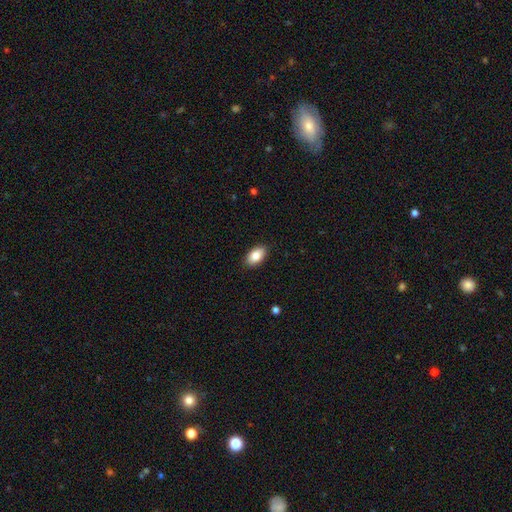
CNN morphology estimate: A smooth galaxy with no disk features (84%) that is in between round and cigar-shaped (93%).

Vote fractions:
- Smooth or featured? smooth: 84% / featured or disk: 9% / star or artifact: 7%
- How rounded? in between: 93% / round: 5% / cigar-shaped: 2%
- Merging? none: 89% / minor disturbance: 8% / major disturbance: 2% / merger: 1%